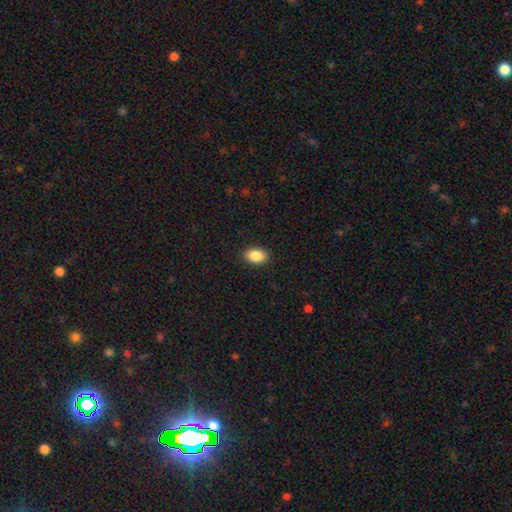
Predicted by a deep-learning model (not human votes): This appears to be a smooth galaxy with no disk features (88%) that is in between round and cigar-shaped (86%). Merging: none (90%).